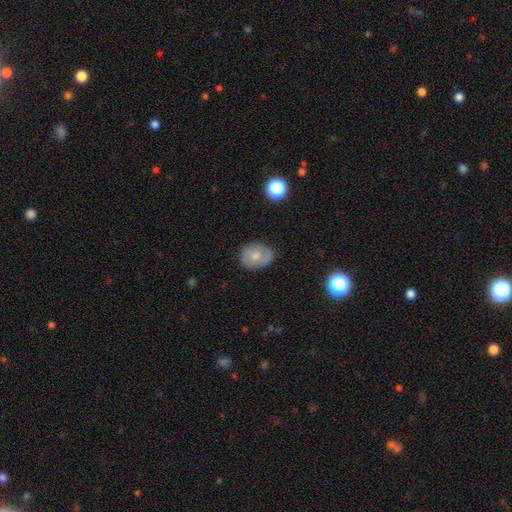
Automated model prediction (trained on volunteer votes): A smooth galaxy with no disk features (65%) that is in between round and cigar-shaped (59%). Merging: none (65%).